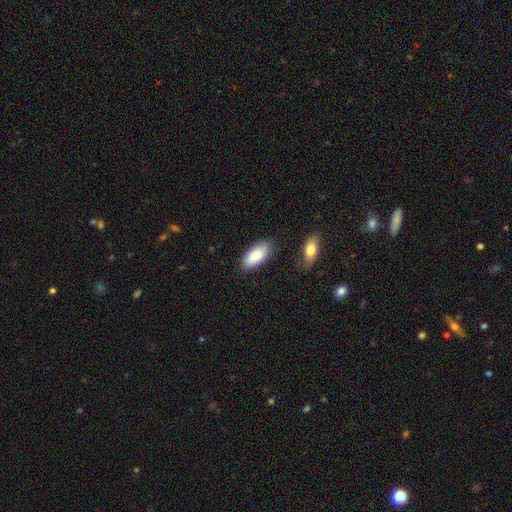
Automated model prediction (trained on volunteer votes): smooth_or_featured: smooth (p=0.87) [alt: featured or disk p=0.07]
how_rounded: in between (p=0.88) [alt: cigar-shaped p=0.11]
merging: none (p=0.80) [alt: minor disturbance p=0.13]